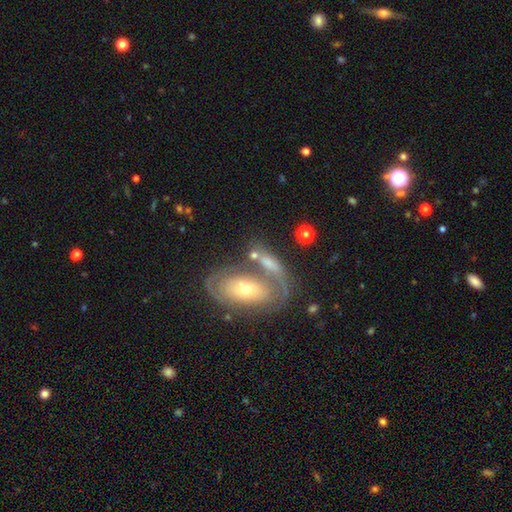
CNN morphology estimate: This is possibly a featured or disk galaxy (53%). It is clearly not viewed edge-on (85%). Merging: marginally none (44%).